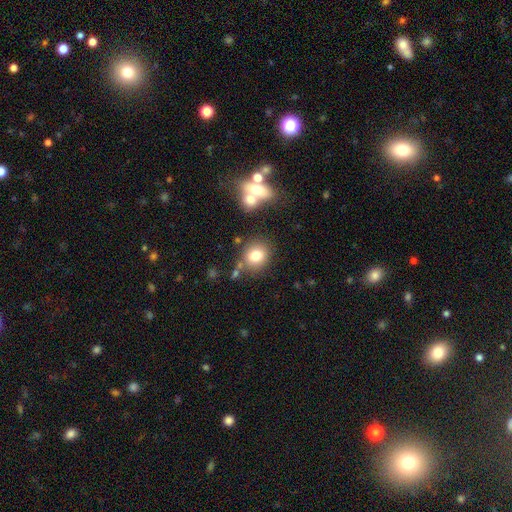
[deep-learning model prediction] A smooth galaxy with no disk features (79%) that is round (70%). Merging: none (71%).